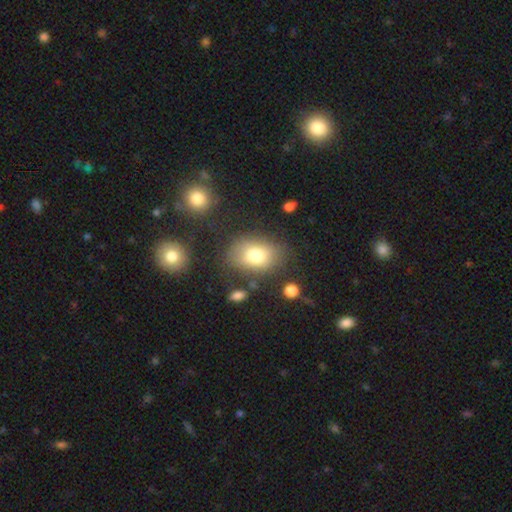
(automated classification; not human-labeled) smooth-or-featured: smooth: 76% | featured or disk: 13% | star or artifact: 11%
  how-rounded: in between: 71% | round: 27% | cigar-shaped: 1%
  merging: none: 73% | minor disturbance: 15% | major disturbance: 7% | merger: 5%